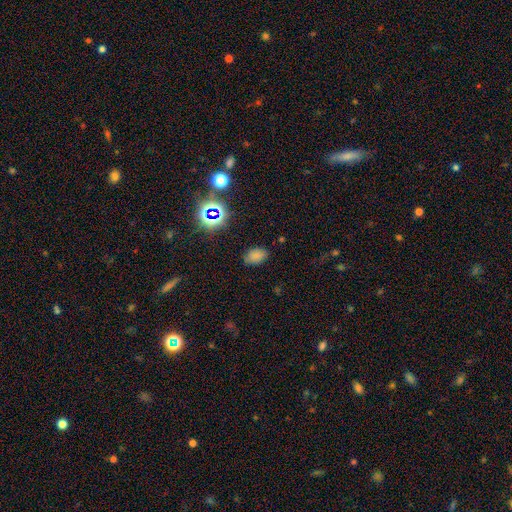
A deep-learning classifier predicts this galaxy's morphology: Smooth or featured? Predicted: smooth (p=0.71). How rounded? Predicted: in between (p=0.86). Merging? Predicted: none (p=0.80).